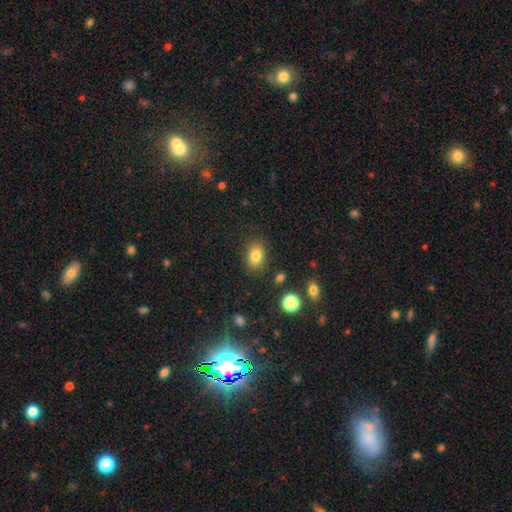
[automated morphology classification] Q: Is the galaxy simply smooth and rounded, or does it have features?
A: smooth — 82%.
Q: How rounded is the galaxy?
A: in between — 78%.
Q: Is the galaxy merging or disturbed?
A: none — 84%.